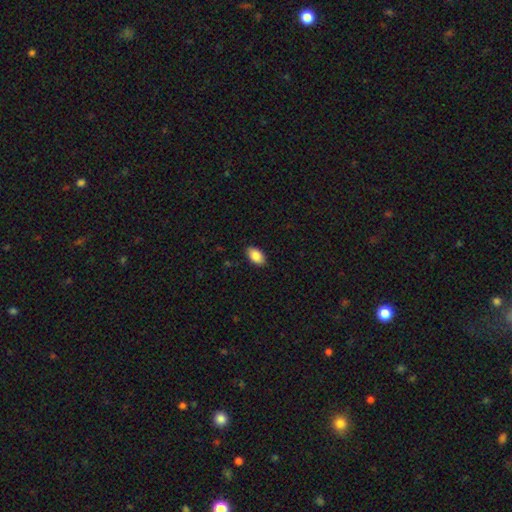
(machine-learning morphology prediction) smooth 87%, star or artifact 7%, featured or disk 6%. Down the decision tree: how rounded — in between (93%); merging — none (89%).